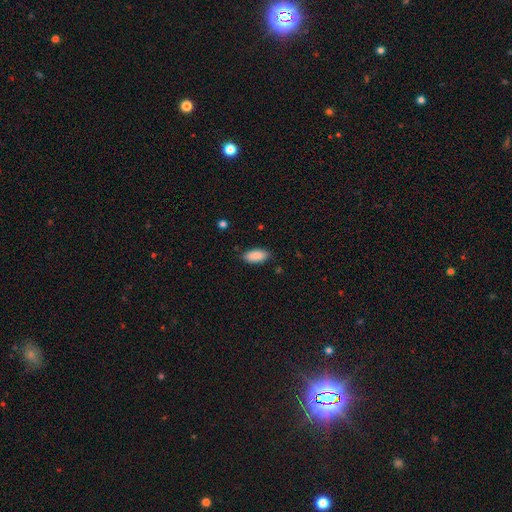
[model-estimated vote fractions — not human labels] Overall: smooth (89%). How rounded: in between (90%). Merging: none (83%).